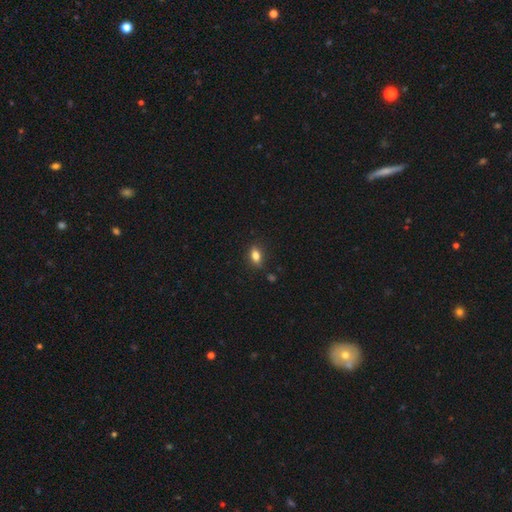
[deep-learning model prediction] smooth 80%, featured or disk 11%, star or artifact 9%. Down the decision tree: how rounded — in between (81%); merging — none (81%).